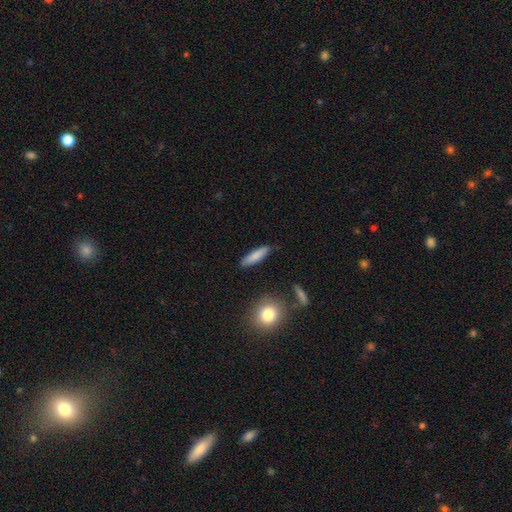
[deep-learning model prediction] Smooth or featured: smooth — 81% (featured or disk — 13%)
How rounded: cigar-shaped — 70% (in between — 28%)
Merging: none — 87% (minor disturbance — 9%)